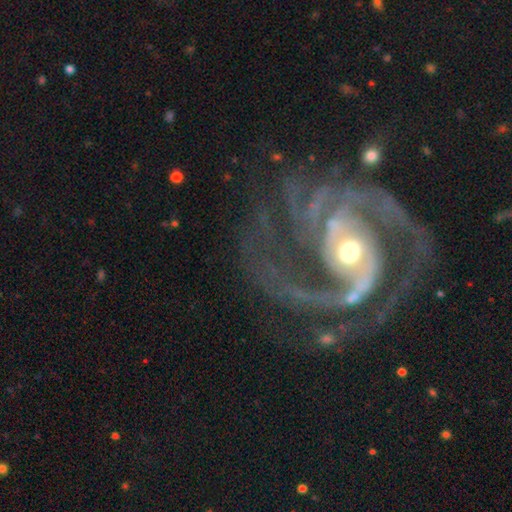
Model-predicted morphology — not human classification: Overall: featured or disk (93%). Edge-on disk: no (98%). Bar: no (35%; weak 34%). Spiral arms: yes (99%). Spiral arm count: 2 (45%; 3 25%). Spiral winding: medium (53%; tight 37%). Bulge size: moderate (56%; small 36%). Merging: none (61%).